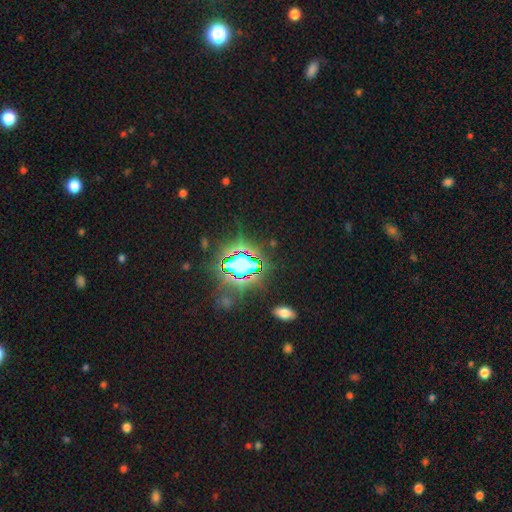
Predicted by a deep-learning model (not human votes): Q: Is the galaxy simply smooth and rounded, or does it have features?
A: star or artifact — 77%.